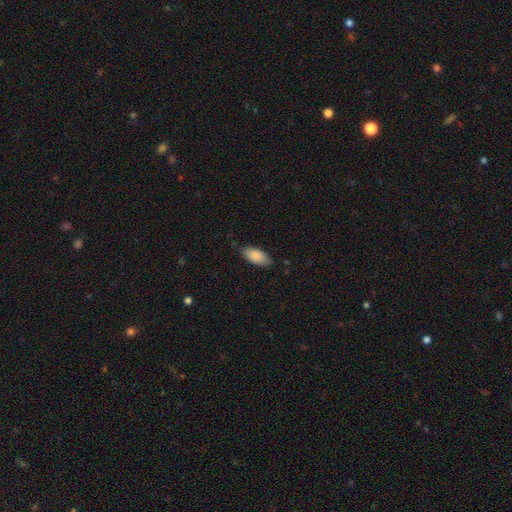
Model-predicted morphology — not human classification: type=smooth (88%); roundness=in between (91%); merging=none (77%).